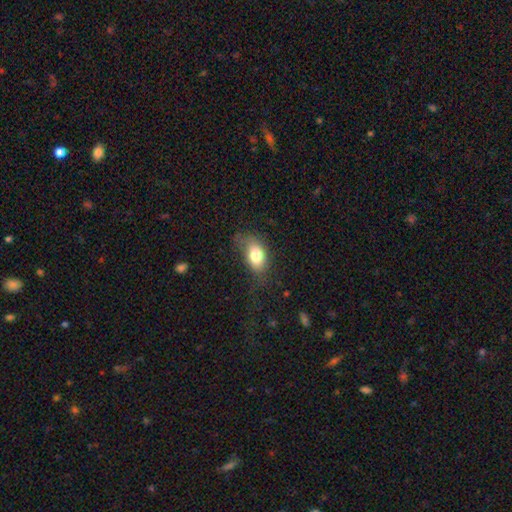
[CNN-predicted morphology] smooth-or-featured: smooth: 78% | featured or disk: 14% | star or artifact: 8%
  how-rounded: in between: 86% | round: 11% | cigar-shaped: 2%
  merging: none: 52% | minor disturbance: 29% | major disturbance: 17% | merger: 2%